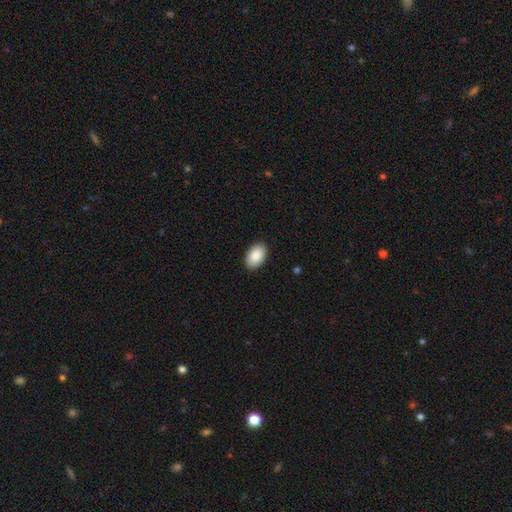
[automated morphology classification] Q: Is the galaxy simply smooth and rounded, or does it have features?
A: smooth — 86%.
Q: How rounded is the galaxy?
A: in between — 92%.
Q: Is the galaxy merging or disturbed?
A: none — 90%.